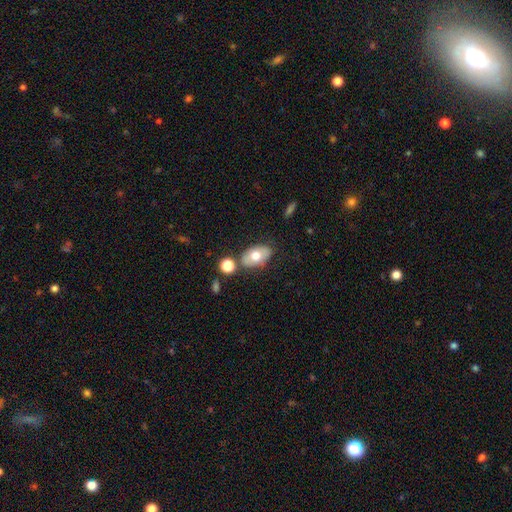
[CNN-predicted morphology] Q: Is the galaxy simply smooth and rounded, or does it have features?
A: smooth — 66%.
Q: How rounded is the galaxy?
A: in between — 89%.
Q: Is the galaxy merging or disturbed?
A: none — 71%.